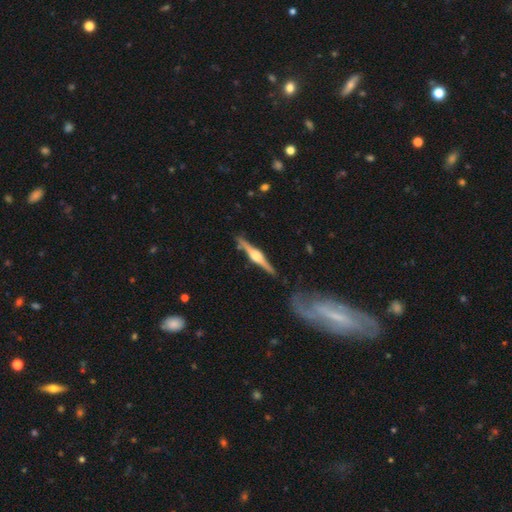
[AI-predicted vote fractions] The model was most divided on "smooth or featured": featured or disk: 83%, smooth: 12%, star or artifact: 5%. More confident: edge-on disk — yes (98%); edge-on bulge — rounded (93%); merging — none (86%).